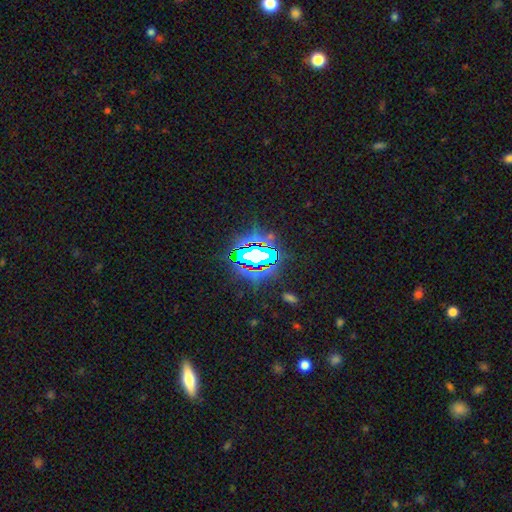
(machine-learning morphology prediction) This appears to be a star or artifact, not a galaxy (70%).